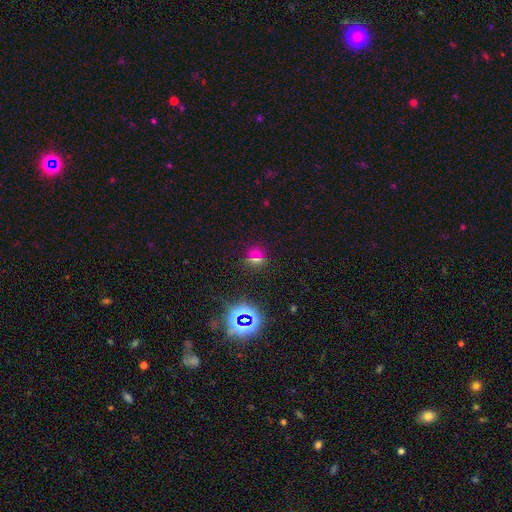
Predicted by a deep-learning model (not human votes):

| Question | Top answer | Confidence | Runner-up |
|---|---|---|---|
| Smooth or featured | smooth | 46% | star or artifact (43%) |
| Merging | none | 71% | merger (16%) |